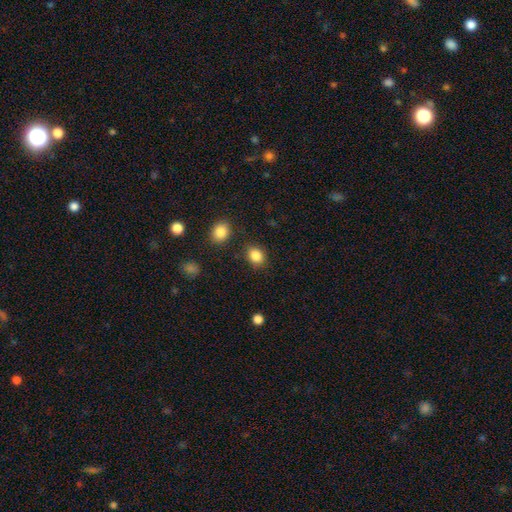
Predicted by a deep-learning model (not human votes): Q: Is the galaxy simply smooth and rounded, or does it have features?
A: smooth — 86%.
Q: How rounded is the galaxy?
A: round — 53%.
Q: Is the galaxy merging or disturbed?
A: none — 84%.